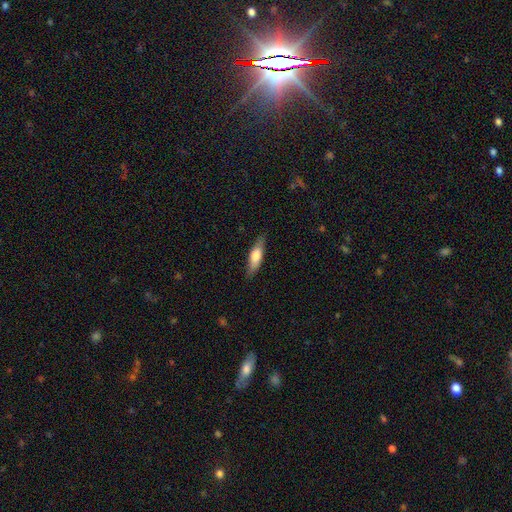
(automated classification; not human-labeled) Overall: smooth (67%; featured or disk 28%). How rounded: cigar-shaped (58%; in between 40%). Merging: none (85%).